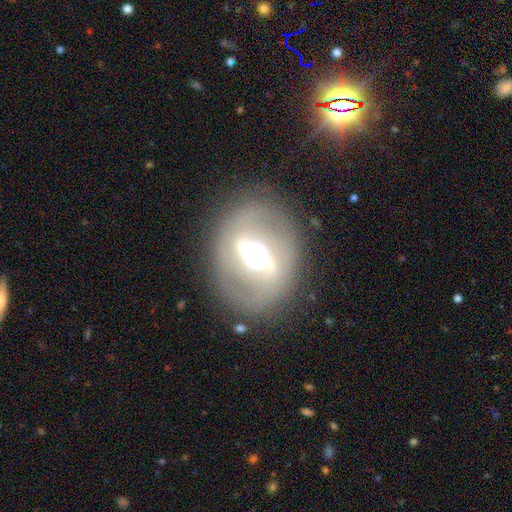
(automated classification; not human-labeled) Smooth or featured? featured or disk (69%)
Edge-on disk? no (88%)
Bar? strong (52%)
Spiral arms? no (55%)
Bulge size? moderate (51%)
Merging? none (79%)